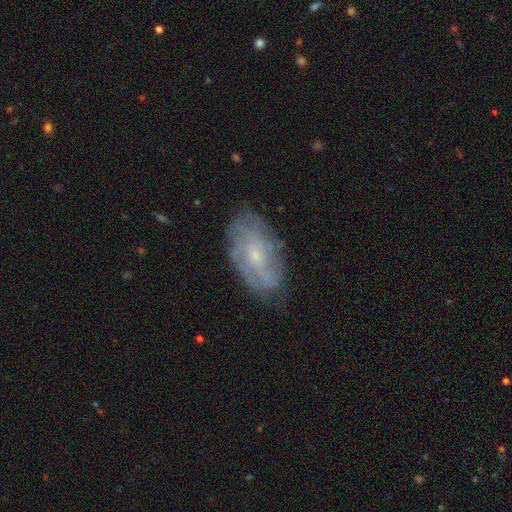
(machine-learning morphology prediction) type=featured or disk (64%); edge-on=no (93%); bar=no (72%); spiral arms=yes (77%); bulge=small (71%); merging=none (75%).